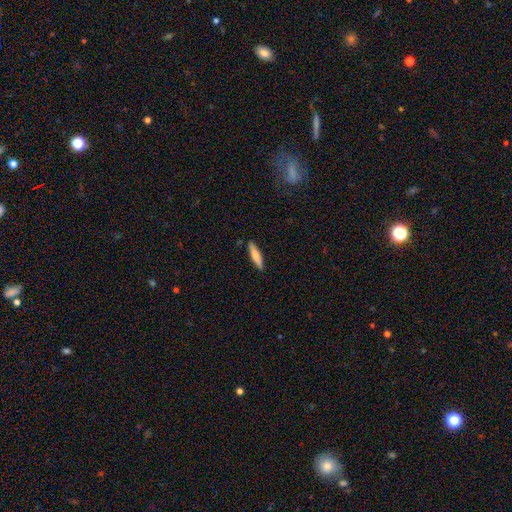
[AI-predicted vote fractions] Smooth or featured? Predicted: smooth (p=0.71). How rounded? Predicted: cigar-shaped (p=0.82). Merging? Predicted: none (p=0.89).